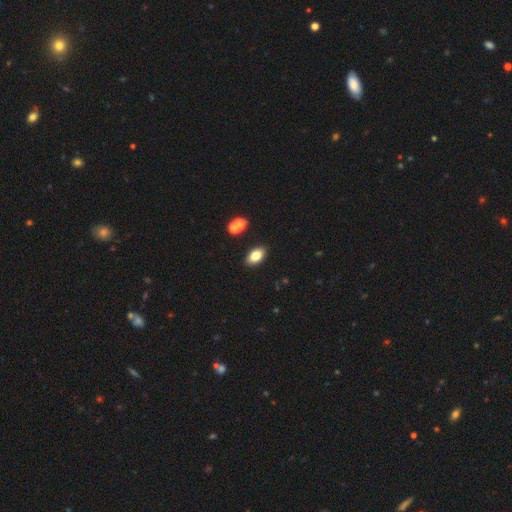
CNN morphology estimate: A smooth galaxy with no disk features (79%) that is in between round and cigar-shaped (90%).

Vote fractions:
- Smooth or featured? smooth: 79% / featured or disk: 12% / star or artifact: 10%
- How rounded? in between: 90% / round: 8% / cigar-shaped: 3%
- Merging? none: 85% / minor disturbance: 9% / merger: 4% / major disturbance: 2%